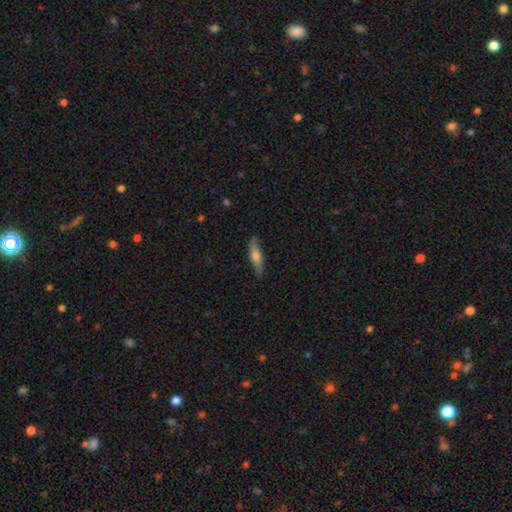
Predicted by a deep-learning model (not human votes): smooth_or_featured: smooth (p=0.58) [alt: featured or disk p=0.36]
how_rounded: cigar-shaped (p=0.75) [alt: in between p=0.23]
merging: none (p=0.82) [alt: minor disturbance p=0.14]